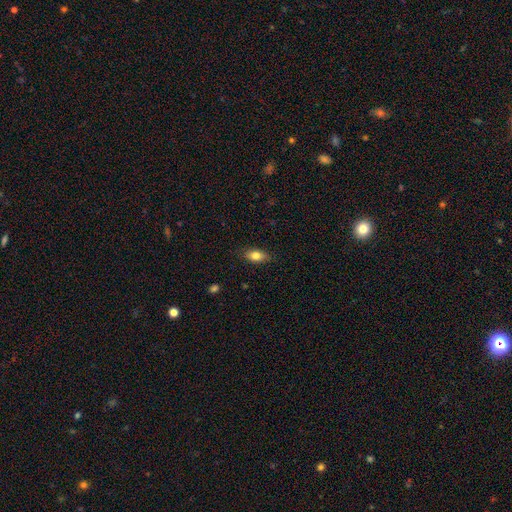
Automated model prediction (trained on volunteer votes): A smooth galaxy with no disk features (80%) that is in between round and cigar-shaped (84%).

Vote fractions:
- Smooth or featured? smooth: 80% / featured or disk: 12% / star or artifact: 8%
- How rounded? in between: 84% / cigar-shaped: 8% / round: 7%
- Merging? none: 83% / minor disturbance: 13% / major disturbance: 3% / merger: 1%